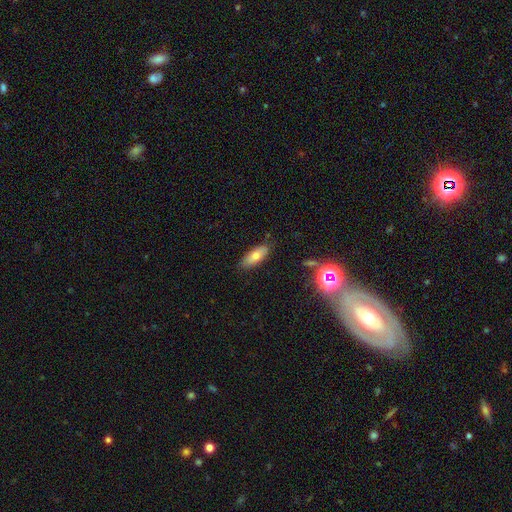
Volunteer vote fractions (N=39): A smooth galaxy with no disk features (56%) that is in between round and cigar-shaped (59%). Merging: none (86%).